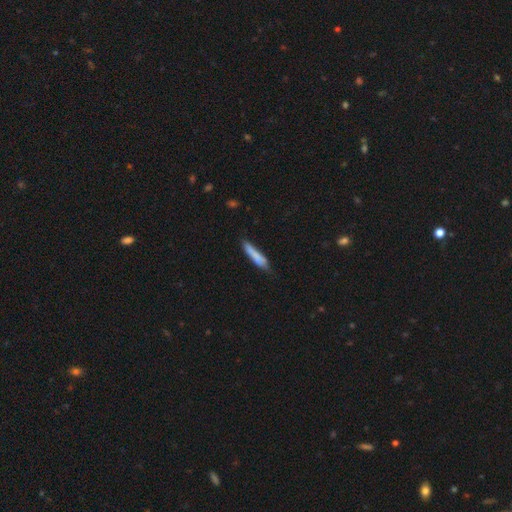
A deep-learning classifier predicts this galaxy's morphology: type=smooth (78%); roundness=cigar-shaped (87%); merging=none (64%).